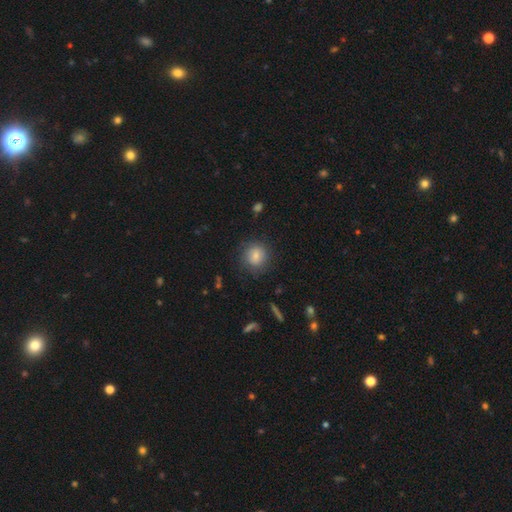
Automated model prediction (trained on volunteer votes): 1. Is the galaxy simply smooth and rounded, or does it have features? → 79% smooth, 12% featured or disk, 9% star or artifact.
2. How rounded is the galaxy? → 83% round, 16% in between, 1% cigar-shaped.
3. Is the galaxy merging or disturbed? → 82% none, 12% minor disturbance, 5% major disturbance, 1% merger.